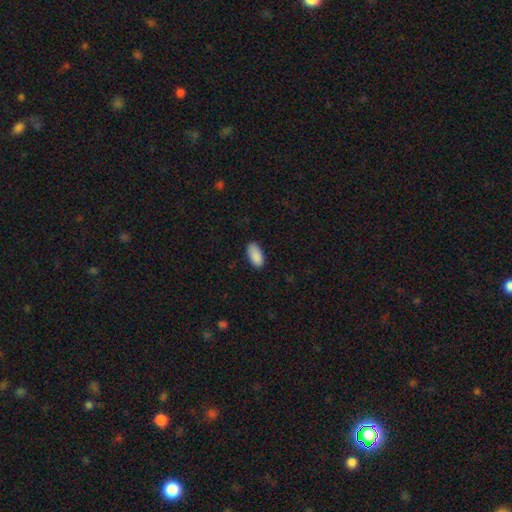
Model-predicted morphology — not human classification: smooth 90%, star or artifact 7%, featured or disk 4%. Down the decision tree: how rounded — in between (93%); merging — none (82%).